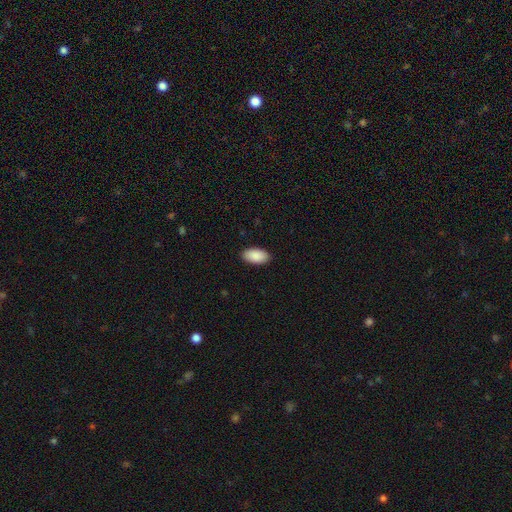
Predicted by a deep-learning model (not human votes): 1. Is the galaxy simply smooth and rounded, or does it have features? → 91% smooth, 6% star or artifact, 4% featured or disk.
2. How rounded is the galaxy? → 96% in between, 3% round, 2% cigar-shaped.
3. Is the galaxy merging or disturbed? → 90% none, 8% minor disturbance, 2% major disturbance, 1% merger.